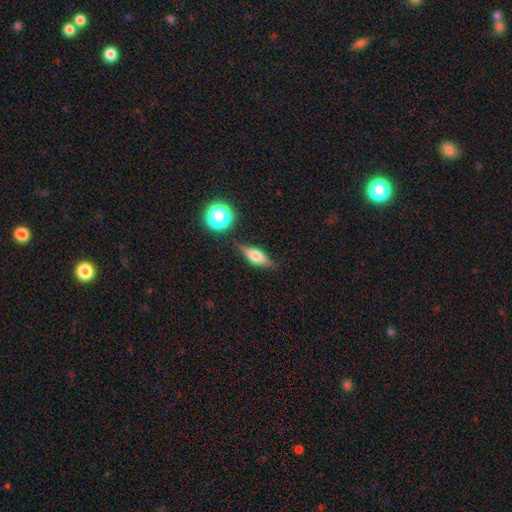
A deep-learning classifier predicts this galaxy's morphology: smooth_or_featured: smooth (p=0.47) [alt: featured or disk p=0.43]
merging: none (p=0.78) [alt: minor disturbance p=0.14]